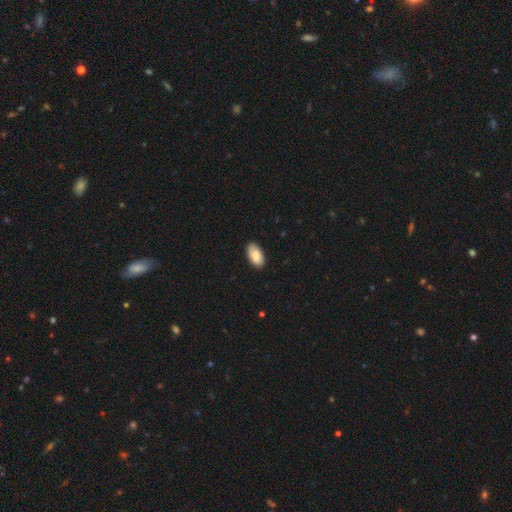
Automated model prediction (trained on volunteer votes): Q: Smooth or featured?
A: smooth (86%); runner-up: featured or disk (8%)
Q: How rounded?
A: in between (95%); runner-up: cigar-shaped (3%)
Q: Merging?
A: none (85%); runner-up: minor disturbance (12%)